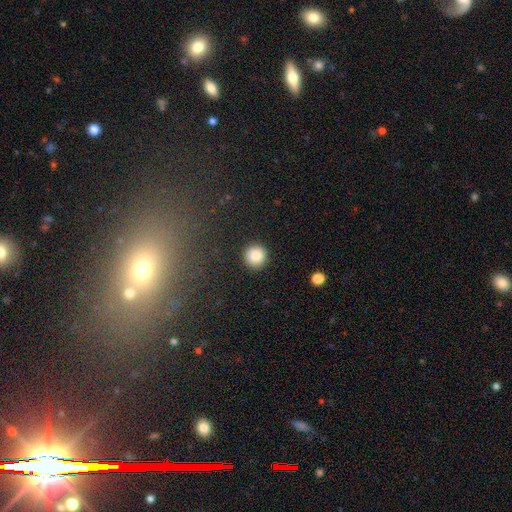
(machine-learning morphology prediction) A smooth galaxy with no disk features (86%) that is round (95%).

Vote fractions:
- Smooth or featured? smooth: 86% / star or artifact: 9% / featured or disk: 4%
- How rounded? round: 95% / in between: 4% / cigar-shaped: 1%
- Merging? none: 91% / minor disturbance: 6% / major disturbance: 2% / merger: 1%